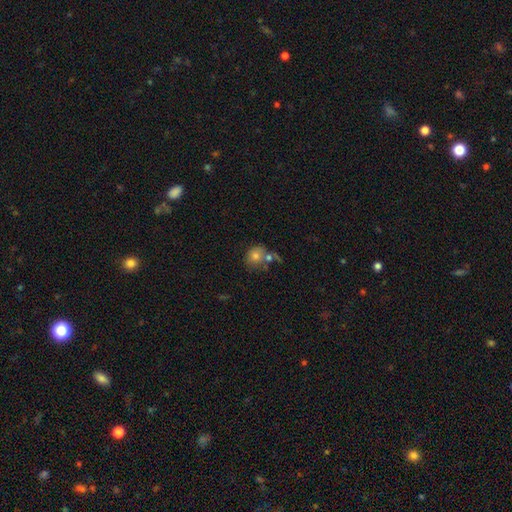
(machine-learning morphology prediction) The model was most divided on "merging": none: 46%, merger: 31%, minor disturbance: 15%, major disturbance: 7%. More confident: smooth or featured — smooth (76%); how rounded — round (72%).